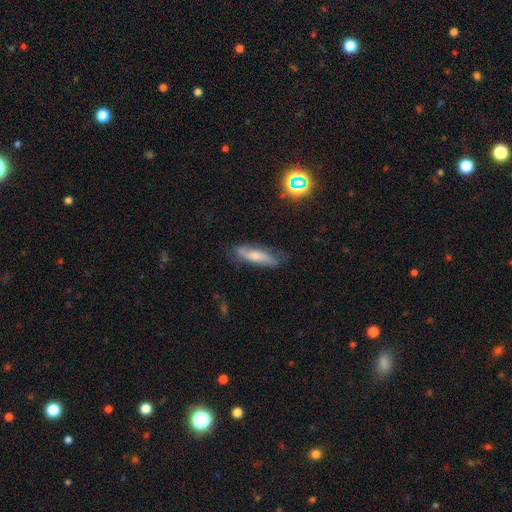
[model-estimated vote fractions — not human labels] This appears to be a smooth galaxy with no disk features (55%) that is cigar-shaped (68%). Merging: none (75%).